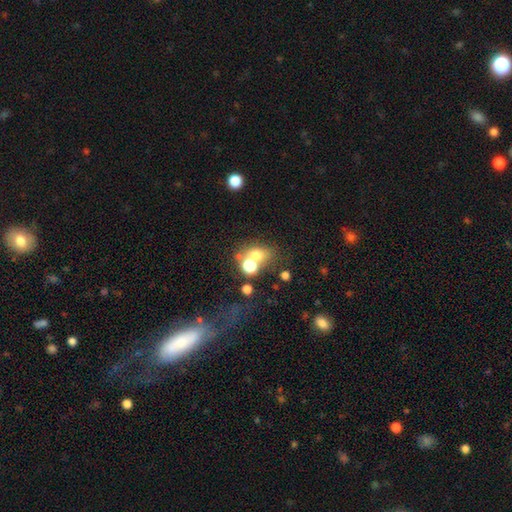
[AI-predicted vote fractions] Overall: smooth (64%). How rounded: round (53%; in between 46%). Merging: none (44%; merger 38%).